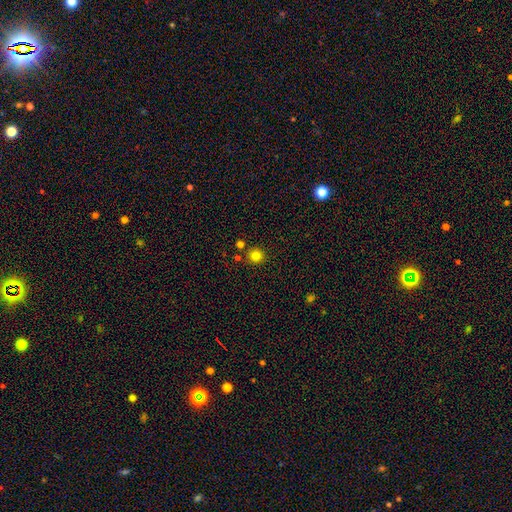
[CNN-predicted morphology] Q: Smooth or featured?
A: smooth (82%); runner-up: star or artifact (14%)
Q: How rounded?
A: round (94%); runner-up: in between (5%)
Q: Merging?
A: none (85%); runner-up: merger (6%)